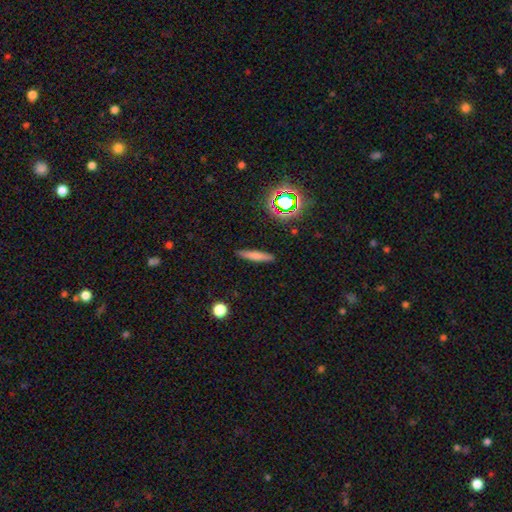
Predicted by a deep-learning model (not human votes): Overall: smooth (70%). How rounded: cigar-shaped (90%). Merging: none (89%).